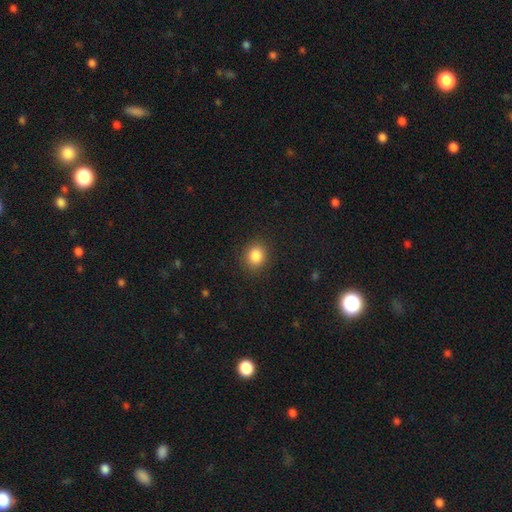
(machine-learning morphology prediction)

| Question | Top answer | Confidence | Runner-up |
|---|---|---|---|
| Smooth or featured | smooth | 85% | star or artifact (10%) |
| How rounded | round | 75% | in between (25%) |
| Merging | none | 89% | minor disturbance (7%) |